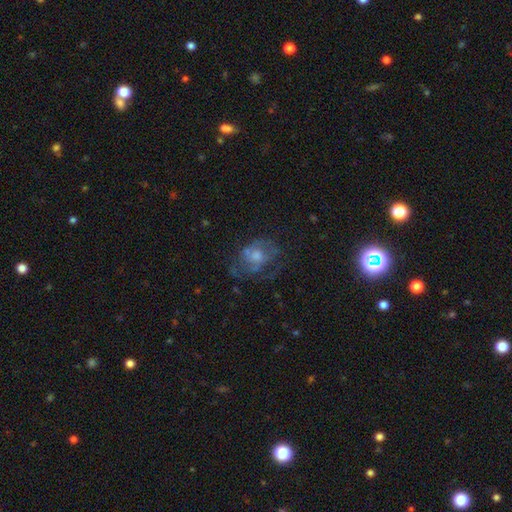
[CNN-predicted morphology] type=featured or disk (55%); edge-on=no (97%); bar=no (77%); spiral arms=yes (56%); bulge=moderate (49%); merging=none (53%).